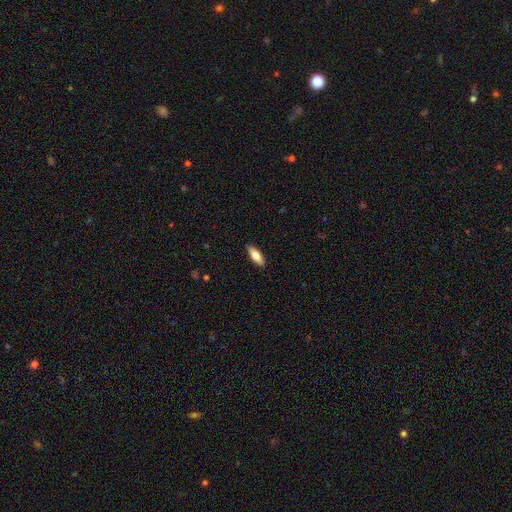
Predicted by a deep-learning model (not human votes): This appears to be a smooth galaxy with no disk features (66%) that is in between round and cigar-shaped (62%). Merging: none (89%).